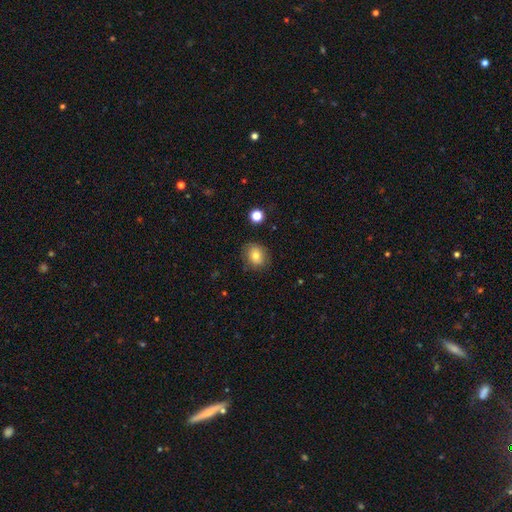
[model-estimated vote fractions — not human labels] Smooth or featured? smooth (75%)
How rounded? round (63%)
Merging? none (79%)